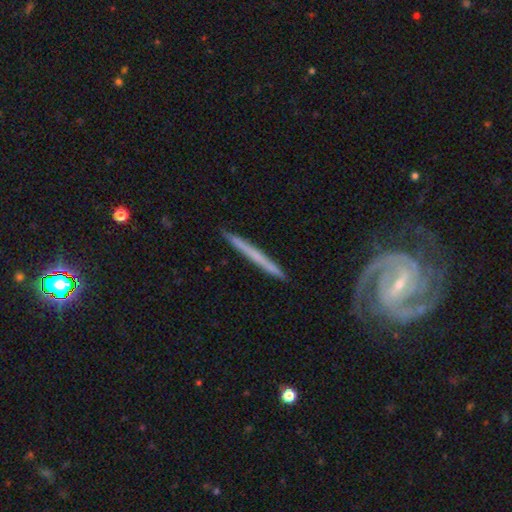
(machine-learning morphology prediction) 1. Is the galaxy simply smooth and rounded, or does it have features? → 60% featured or disk, 34% smooth, 6% star or artifact.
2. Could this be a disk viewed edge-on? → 85% yes, 15% no.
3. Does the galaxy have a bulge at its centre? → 86% none, 10% rounded, 4% boxy.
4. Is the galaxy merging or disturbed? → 85% none, 10% minor disturbance, 3% major disturbance, 2% merger.